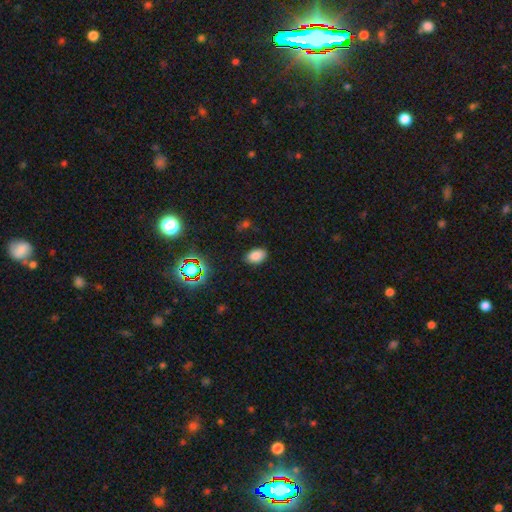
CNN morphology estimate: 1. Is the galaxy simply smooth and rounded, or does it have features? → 81% smooth, 14% star or artifact, 5% featured or disk.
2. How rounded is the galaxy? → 86% in between, 13% round, 1% cigar-shaped.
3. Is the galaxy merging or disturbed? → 85% none, 11% minor disturbance, 3% major disturbance, 1% merger.